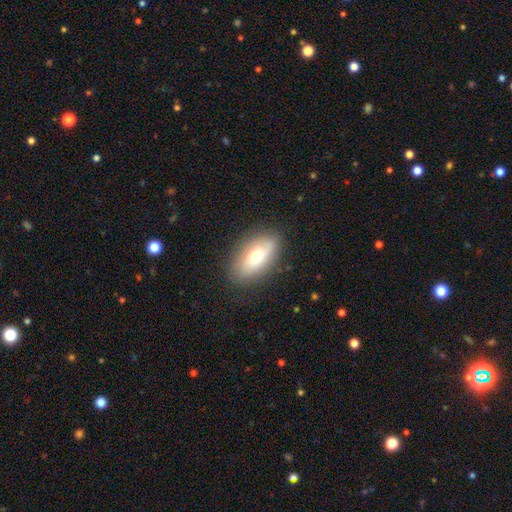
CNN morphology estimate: type=smooth (62%); roundness=in between (87%); merging=none (83%).